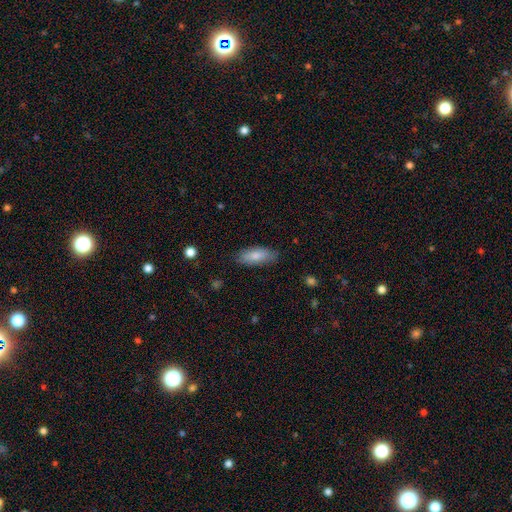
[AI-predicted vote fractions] Smooth or featured: smooth — 81% (featured or disk — 13%)
How rounded: in between — 76% (cigar-shaped — 22%)
Merging: none — 81% (minor disturbance — 15%)